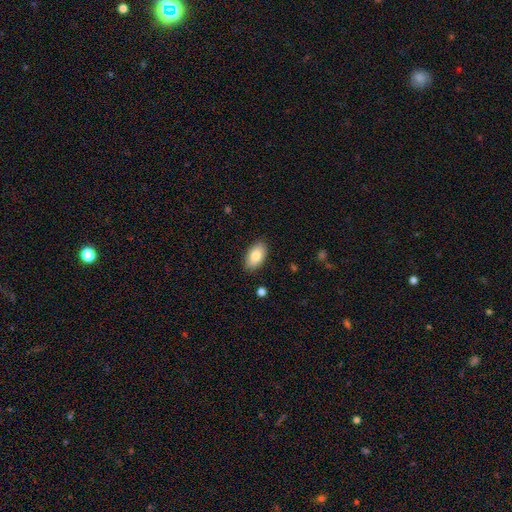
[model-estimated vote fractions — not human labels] Overall: smooth (82%). How rounded: in between (94%). Merging: none (87%).